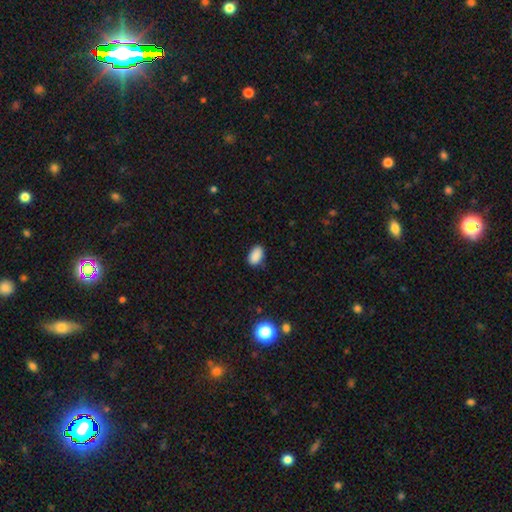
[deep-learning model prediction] Q: Smooth or featured?
A: smooth (88%); runner-up: star or artifact (9%)
Q: How rounded?
A: in between (90%); runner-up: round (8%)
Q: Merging?
A: none (83%); runner-up: minor disturbance (13%)